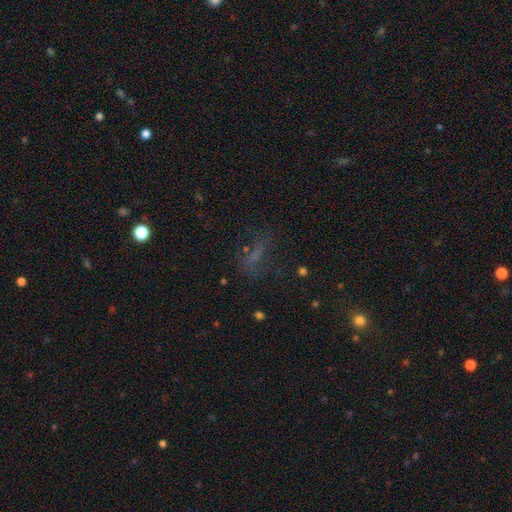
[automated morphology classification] smooth-or-featured: smooth: 45% | star or artifact: 32% | featured or disk: 24%
  merging: none: 51% | major disturbance: 26% | minor disturbance: 20% | merger: 4%